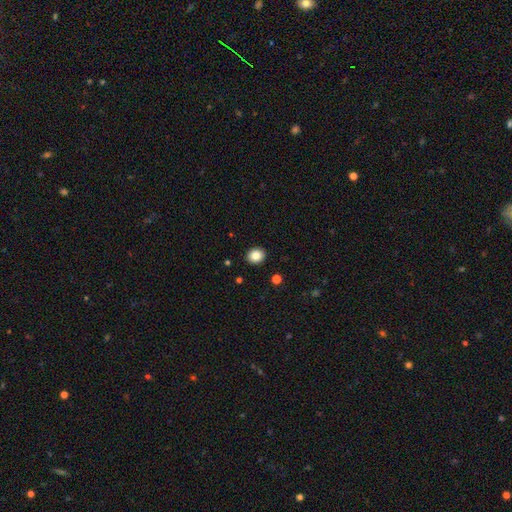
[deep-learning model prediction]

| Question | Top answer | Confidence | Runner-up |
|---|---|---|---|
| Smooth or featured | smooth | 85% | star or artifact (9%) |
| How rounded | round | 68% | in between (32%) |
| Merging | none | 92% | minor disturbance (6%) |